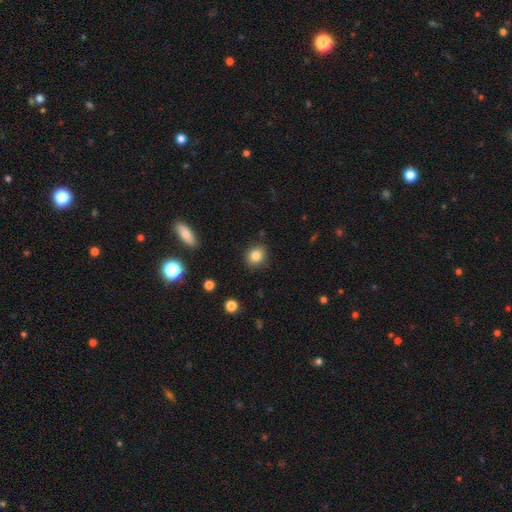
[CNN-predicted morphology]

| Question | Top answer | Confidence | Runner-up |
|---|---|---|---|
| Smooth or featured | smooth | 83% | star or artifact (10%) |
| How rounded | round | 74% | in between (25%) |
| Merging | none | 87% | minor disturbance (9%) |